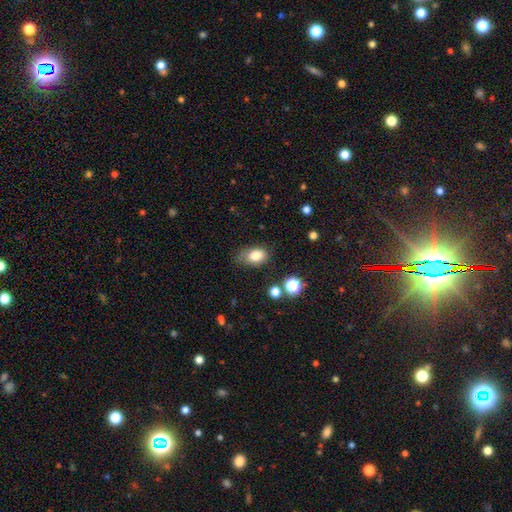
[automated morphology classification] smooth-or-featured: smooth: 81% | star or artifact: 10% | featured or disk: 10%
  how-rounded: in between: 84% | round: 15% | cigar-shaped: 2%
  merging: none: 60% | minor disturbance: 28% | major disturbance: 8% | merger: 3%